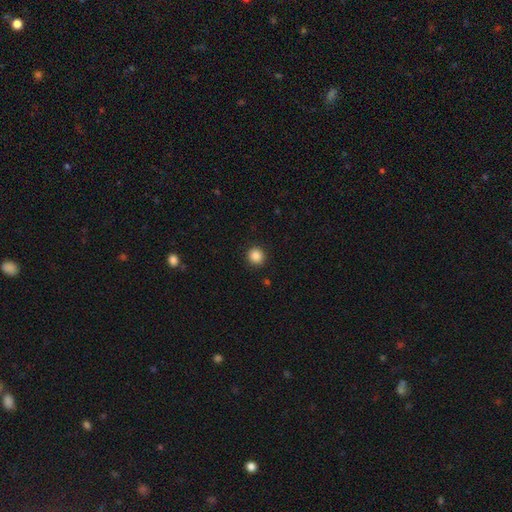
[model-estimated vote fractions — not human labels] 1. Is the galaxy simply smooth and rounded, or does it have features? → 87% smooth, 10% star or artifact, 3% featured or disk.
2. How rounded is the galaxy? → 93% round, 6% in between, 1% cigar-shaped.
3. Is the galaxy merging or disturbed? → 92% none, 5% minor disturbance, 2% major disturbance, 1% merger.